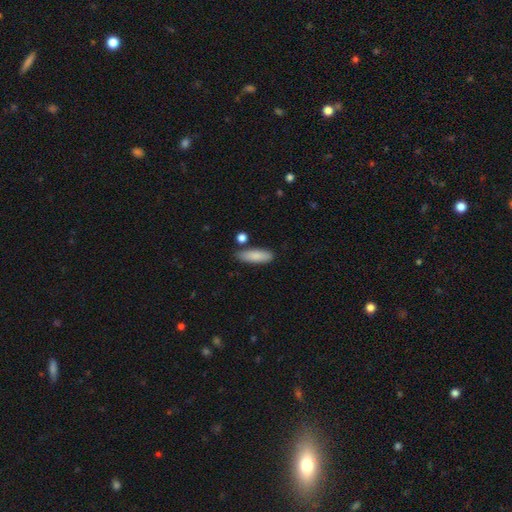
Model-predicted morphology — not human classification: smooth 85%, featured or disk 8%, star or artifact 6%. Down the decision tree: how rounded — in between (54%); merging — none (77%).